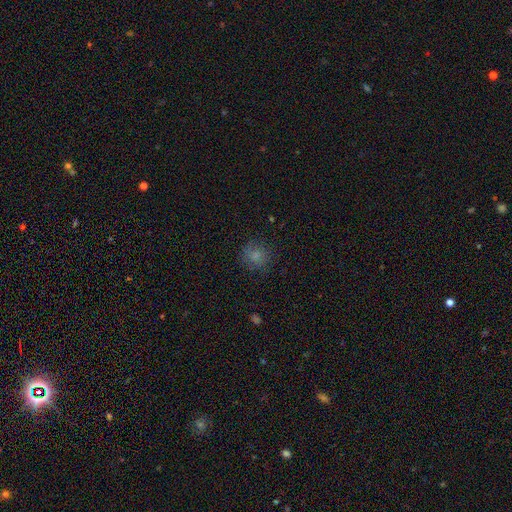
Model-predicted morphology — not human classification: Smooth or featured?
  - smooth: 79% *
  - star or artifact: 13%
  - featured or disk: 8%
How rounded?
  - round: 85% *
  - in between: 14%
  - cigar-shaped: 1%
Merging?
  - none: 79% *
  - minor disturbance: 14%
  - major disturbance: 5%
  - merger: 1%